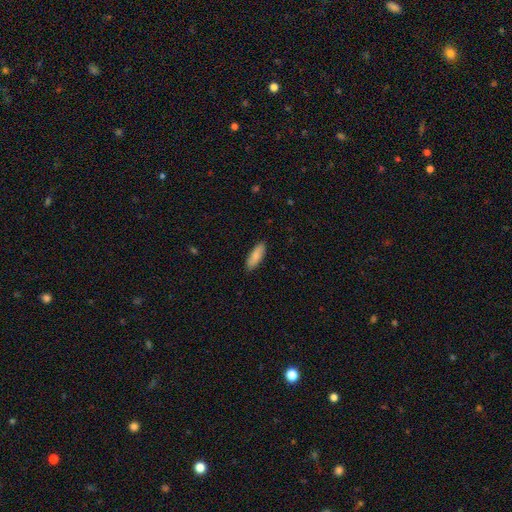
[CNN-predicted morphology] smooth 83%, featured or disk 11%, star or artifact 5%. Down the decision tree: how rounded — in between (62%); merging — none (89%).